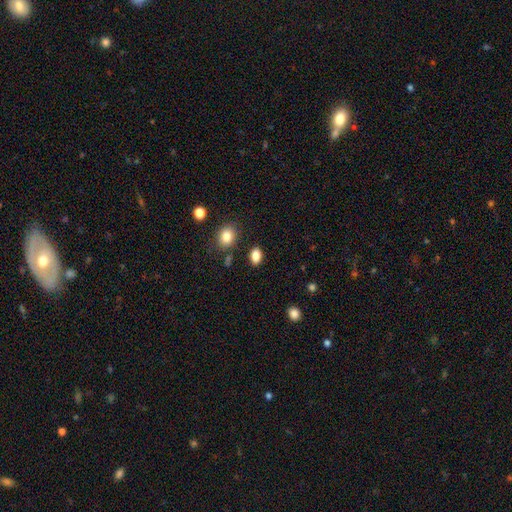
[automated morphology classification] smooth 86%, star or artifact 9%, featured or disk 5%. Down the decision tree: how rounded — in between (82%); merging — none (84%).